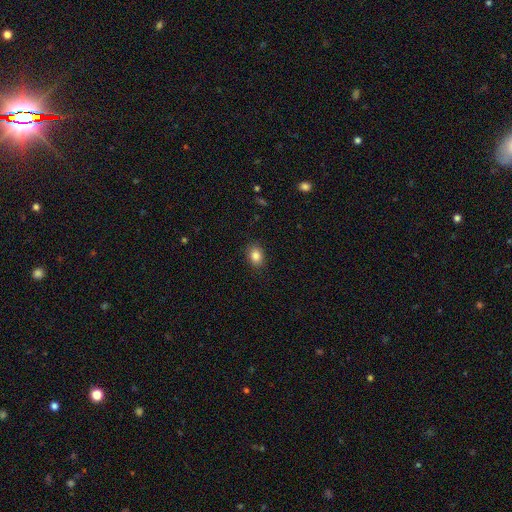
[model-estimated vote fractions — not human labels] This is clearly a smooth galaxy (85%). How rounded: likely in between (65%). Merging: clearly none (88%).